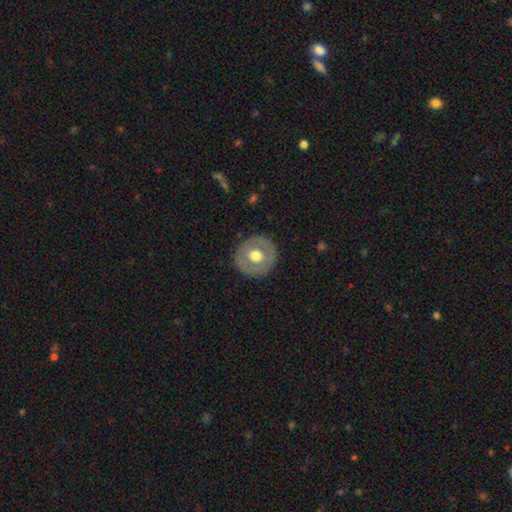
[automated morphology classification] smooth-or-featured: smooth: 53% | featured or disk: 41% | star or artifact: 6%
  how-rounded: round: 92% | in between: 7% | cigar-shaped: 1%
  merging: none: 88% | minor disturbance: 8% | major disturbance: 3% | merger: 1%